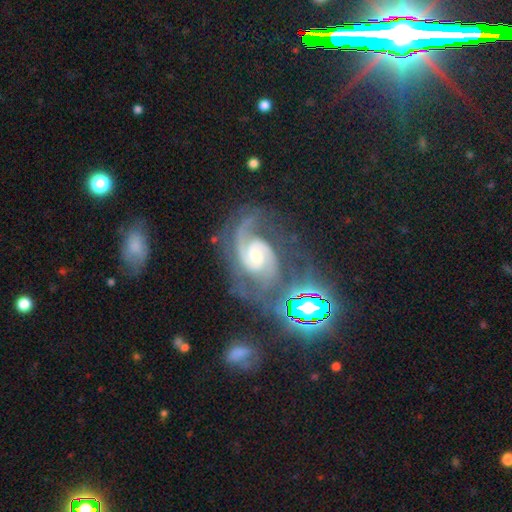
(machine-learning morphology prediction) smooth-or-featured: featured or disk: 89% | star or artifact: 7% | smooth: 4%
  disk-edge-on: no: 98% | yes: 2%
    bar: no: 54% | weak: 37% | strong: 8%
    has-spiral-arms: yes: 98% | no: 2%
      spiral-winding: medium: 52% | tight: 33% | loose: 14%
      spiral-arm-count: 2: 68% | 3: 12% | can't tell: 7% | 1: 7% | 4: 3% | more than 4: 3%
    bulge-size: moderate: 51% | small: 38% | large: 7% | none: 3% | dominant: 1%
  merging: none: 49% | minor disturbance: 20% | major disturbance: 20% | merger: 10%